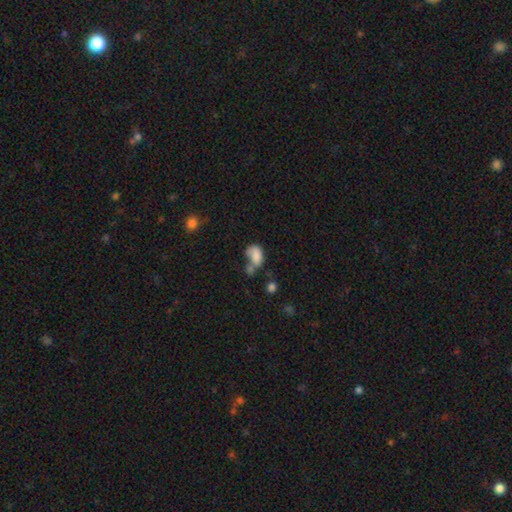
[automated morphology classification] A smooth galaxy with no disk features (77%) that is in between round and cigar-shaped (85%). Merging: merger (40%).